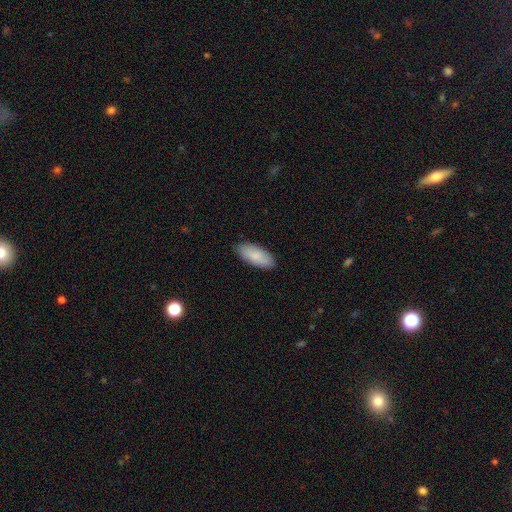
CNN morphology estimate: Smooth or featured? Predicted: smooth (p=0.87). How rounded? Predicted: in between (p=0.85). Merging? Predicted: none (p=0.88).